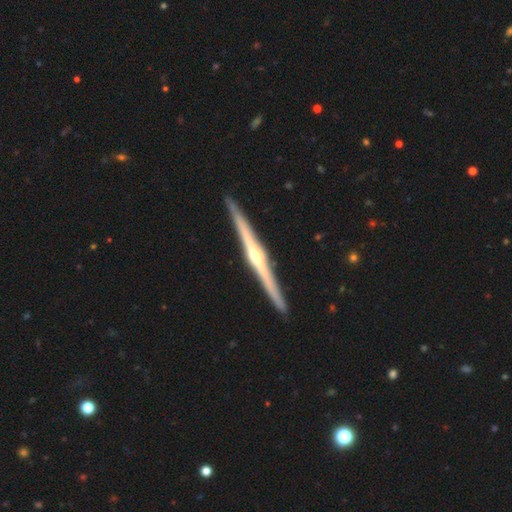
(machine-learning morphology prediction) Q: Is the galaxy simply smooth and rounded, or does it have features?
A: featured or disk — 86%.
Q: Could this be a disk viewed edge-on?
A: yes — 99%.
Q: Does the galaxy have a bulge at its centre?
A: rounded — 86%.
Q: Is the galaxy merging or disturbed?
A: none — 93%.